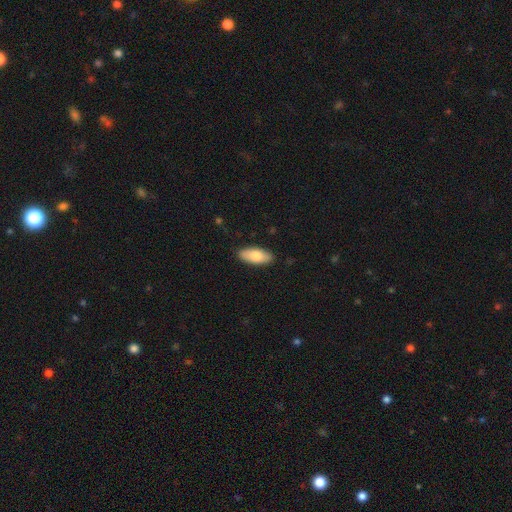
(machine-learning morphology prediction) smooth-or-featured: smooth: 78% | featured or disk: 16% | star or artifact: 6%
  how-rounded: in between: 82% | cigar-shaped: 16% | round: 2%
  merging: none: 88% | minor disturbance: 9% | major disturbance: 2% | merger: 1%